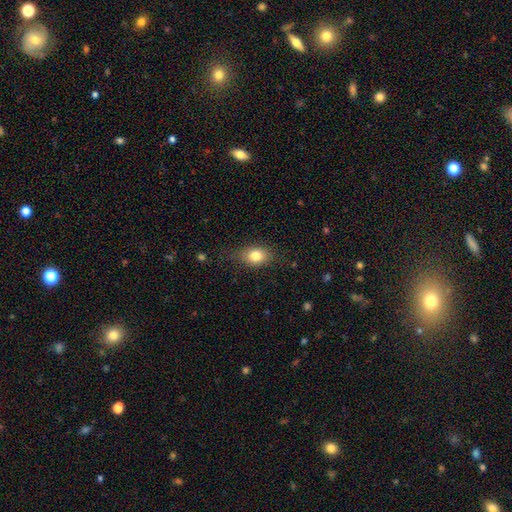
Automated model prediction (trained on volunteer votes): smooth 80%, featured or disk 11%, star or artifact 9%. Down the decision tree: how rounded — in between (69%); merging — none (75%).